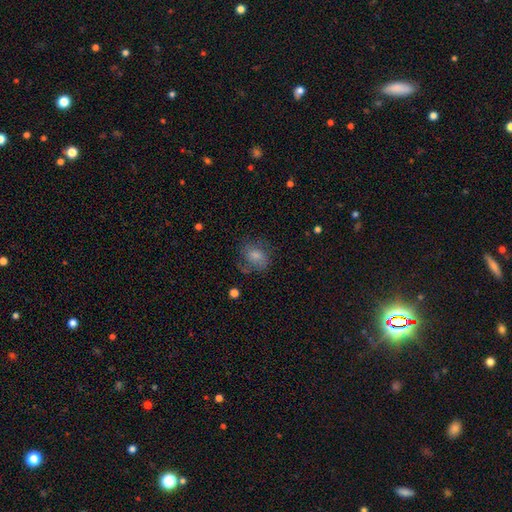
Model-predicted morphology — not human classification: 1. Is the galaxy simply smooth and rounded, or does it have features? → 56% smooth, 34% featured or disk, 10% star or artifact.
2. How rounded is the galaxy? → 55% in between, 44% round, 1% cigar-shaped.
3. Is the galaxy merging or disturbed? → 54% none, 24% minor disturbance, 20% major disturbance, 2% merger.